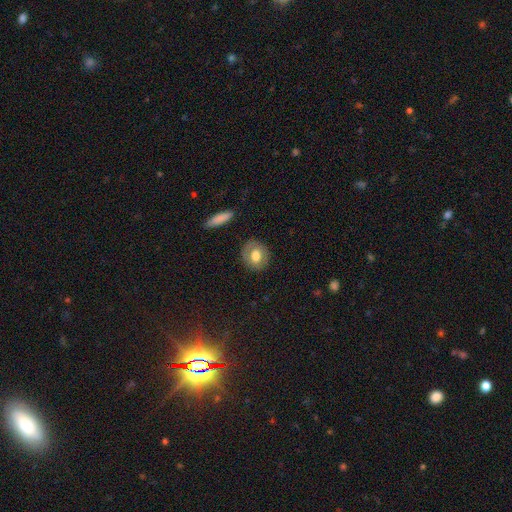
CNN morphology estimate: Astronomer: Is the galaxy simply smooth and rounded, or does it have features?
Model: smooth — 65%.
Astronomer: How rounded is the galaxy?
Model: round — 63%.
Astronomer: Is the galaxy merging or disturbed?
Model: none — 83%.